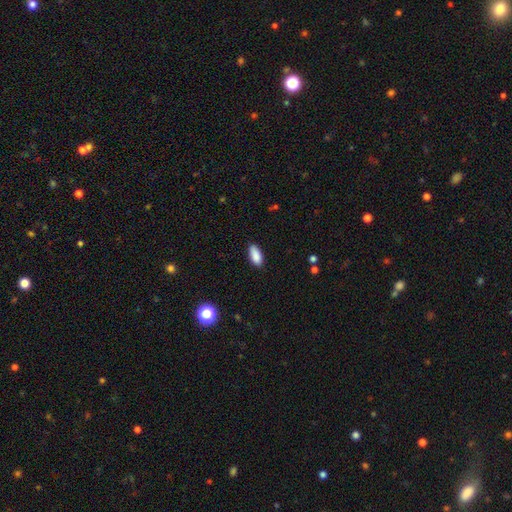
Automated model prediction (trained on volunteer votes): Morphology: type=smooth (88%); roundness=in between (86%); merging=none (86%).